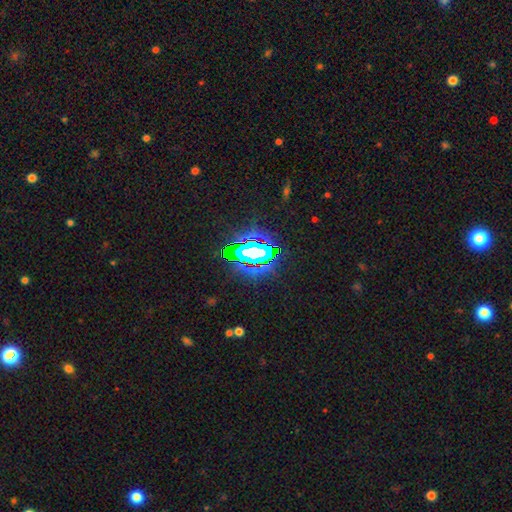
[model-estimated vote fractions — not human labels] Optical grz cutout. It shows a star or artifact, not a galaxy (67%).